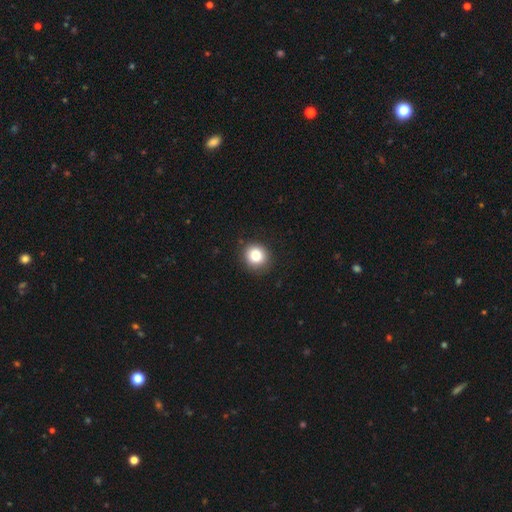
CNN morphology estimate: Smooth or featured? smooth (81%)
How rounded? round (89%)
Merging? none (90%)